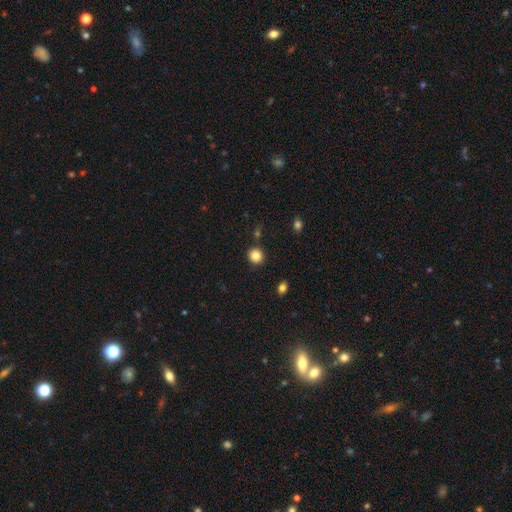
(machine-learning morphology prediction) Overall: smooth (85%). How rounded: round (90%). Merging: none (88%).